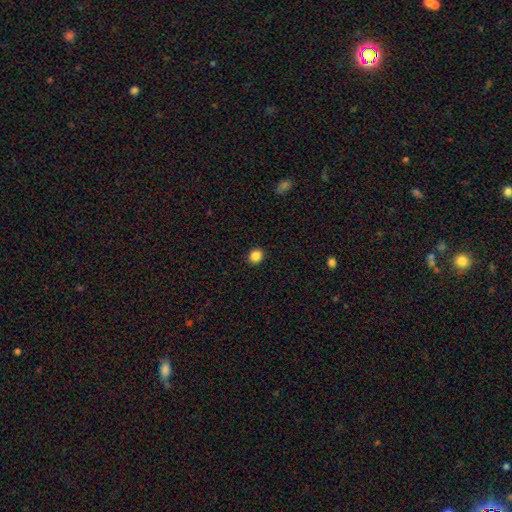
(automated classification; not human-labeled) This is clearly a smooth galaxy (86%). How rounded: clearly round (82%). Merging: clearly none (93%).